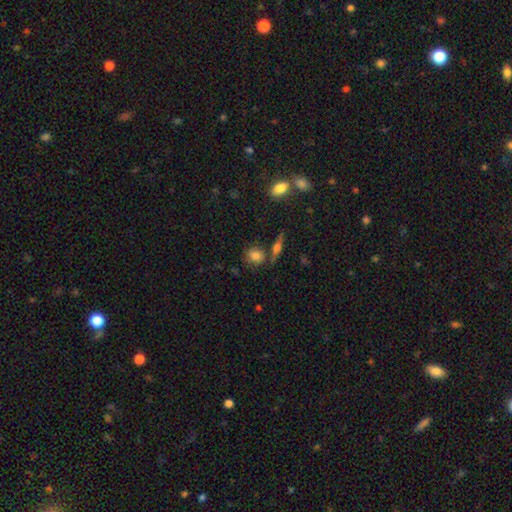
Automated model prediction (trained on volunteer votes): Smooth or featured: smooth — 79% (featured or disk — 12%)
How rounded: round — 62% (in between — 35%)
Merging: none — 69% (minor disturbance — 14%)